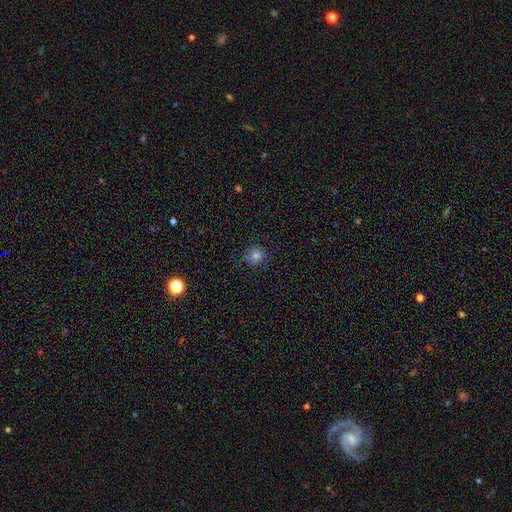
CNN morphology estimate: type=smooth (75%); roundness=round (88%); merging=none (81%).